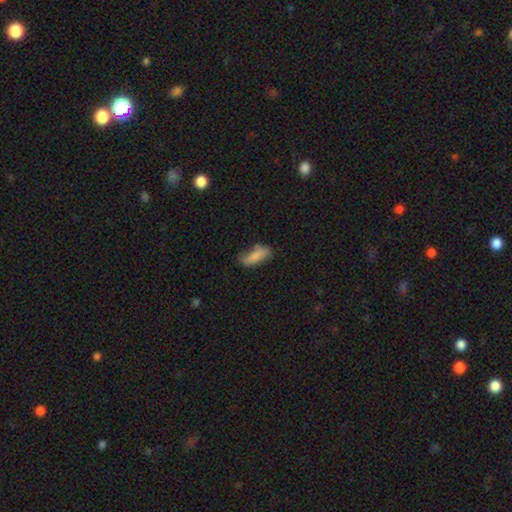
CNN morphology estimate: smooth-or-featured: smooth: 77% | featured or disk: 15% | star or artifact: 8%
  how-rounded: in between: 69% | cigar-shaped: 29% | round: 3%
  merging: none: 53% | minor disturbance: 30% | major disturbance: 11% | merger: 6%